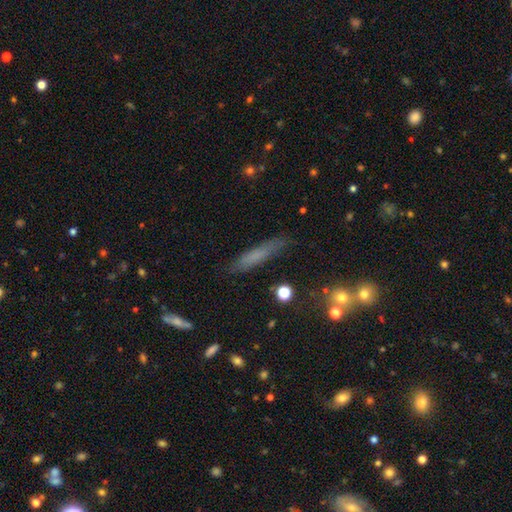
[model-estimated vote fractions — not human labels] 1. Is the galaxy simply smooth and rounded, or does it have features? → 64% smooth, 25% featured or disk, 11% star or artifact.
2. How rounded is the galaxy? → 89% cigar-shaped, 9% in between, 2% round.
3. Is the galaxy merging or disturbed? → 80% none, 14% minor disturbance, 4% major disturbance, 2% merger.